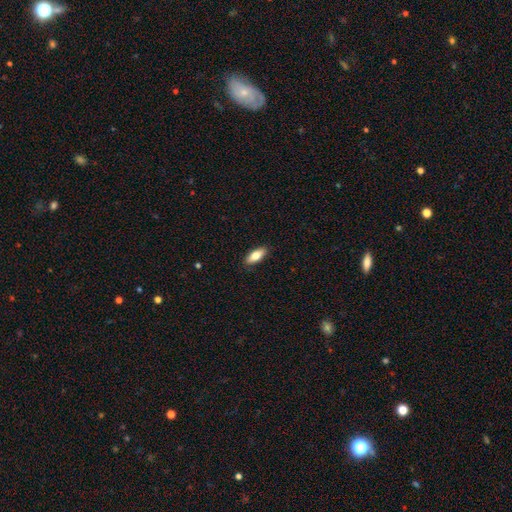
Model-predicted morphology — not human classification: A smooth galaxy with no disk features (77%) that is in between round and cigar-shaped (77%). Merging: none (88%).